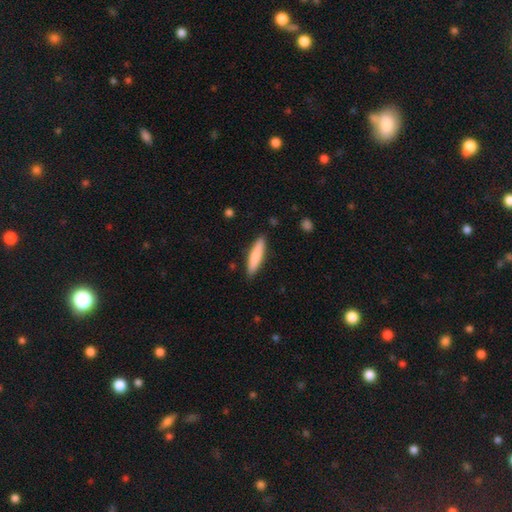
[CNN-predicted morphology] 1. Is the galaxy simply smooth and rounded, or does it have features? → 79% smooth, 15% featured or disk, 5% star or artifact.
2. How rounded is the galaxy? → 81% cigar-shaped, 18% in between, 1% round.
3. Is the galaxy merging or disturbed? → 88% none, 9% minor disturbance, 2% major disturbance, 1% merger.